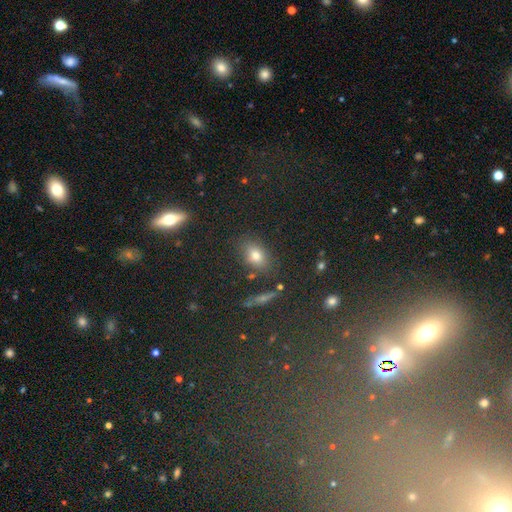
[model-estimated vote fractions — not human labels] Smooth or featured?
  - smooth: 70% *
  - star or artifact: 19%
  - featured or disk: 11%
How rounded?
  - in between: 75% *
  - round: 20%
  - cigar-shaped: 5%
Merging?
  - none: 81% *
  - minor disturbance: 11%
  - merger: 4%
  - major disturbance: 4%